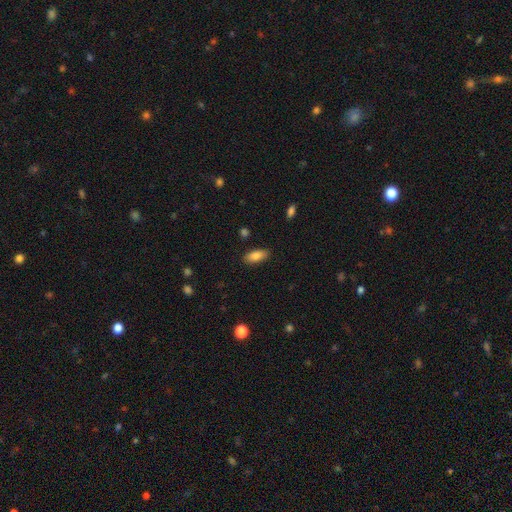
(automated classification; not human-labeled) Morphology: type=smooth (84%); roundness=in between (85%); merging=none (87%).